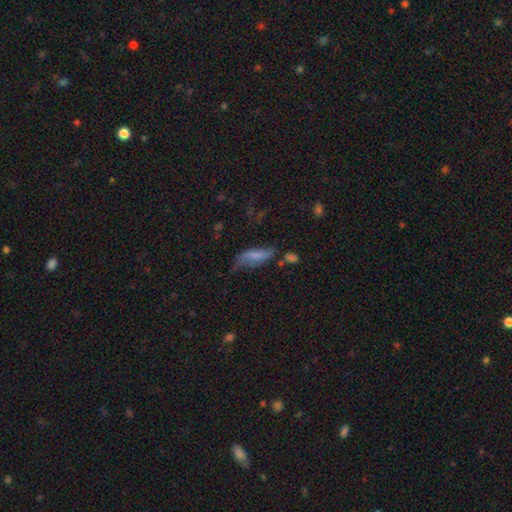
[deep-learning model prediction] Smooth or featured: smooth — 61% (featured or disk — 28%)
How rounded: in between — 58% (cigar-shaped — 39%)
Merging: none — 37% (minor disturbance — 33%)